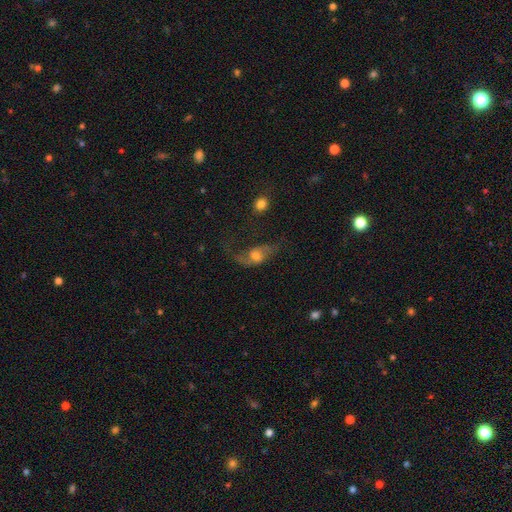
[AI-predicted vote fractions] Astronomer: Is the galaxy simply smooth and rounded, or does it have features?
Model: featured or disk — 58%.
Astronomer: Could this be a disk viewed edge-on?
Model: no — 90%.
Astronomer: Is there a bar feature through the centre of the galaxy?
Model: no — 72%.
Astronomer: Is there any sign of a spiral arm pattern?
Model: yes — 78%.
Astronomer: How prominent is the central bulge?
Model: moderate — 55%.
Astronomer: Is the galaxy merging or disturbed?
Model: major disturbance — 41% (runner-up: none, 35%).